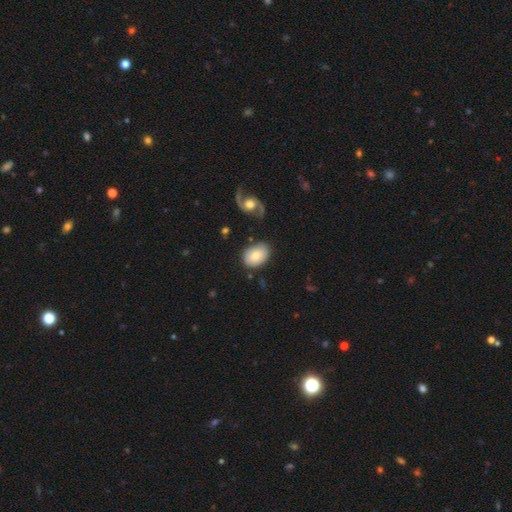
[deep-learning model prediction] Smooth or featured? smooth (71%)
How rounded? in between (77%)
Merging? none (74%)